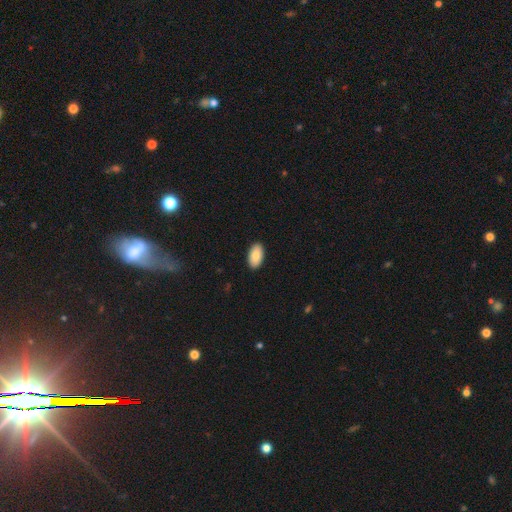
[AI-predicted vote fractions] Smooth or featured? smooth (86%)
How rounded? in between (95%)
Merging? none (90%)